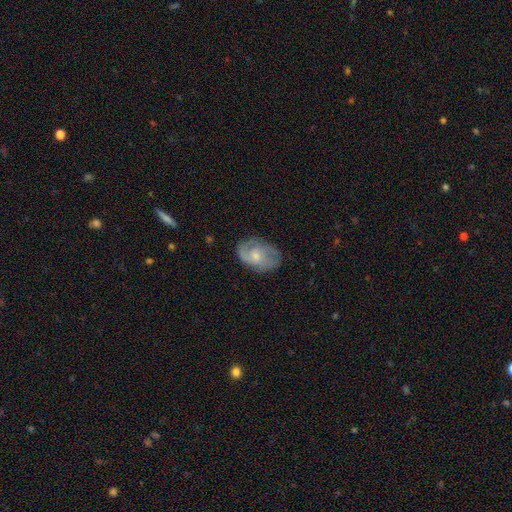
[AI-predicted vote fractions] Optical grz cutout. It shows a featured or disk galaxy (65%) with no bar (66%), 2 (45%) medium (45%) spiral arms (86%) and a small central bulge (50%). Merging: none (67%).